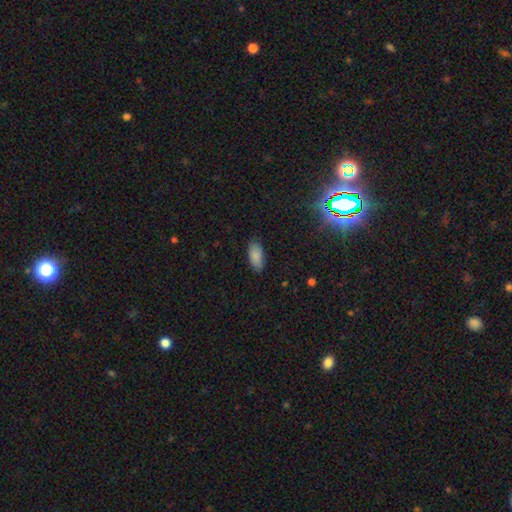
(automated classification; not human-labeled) A smooth galaxy with no disk features (88%) that is in between round and cigar-shaped (91%). Merging: none (84%).